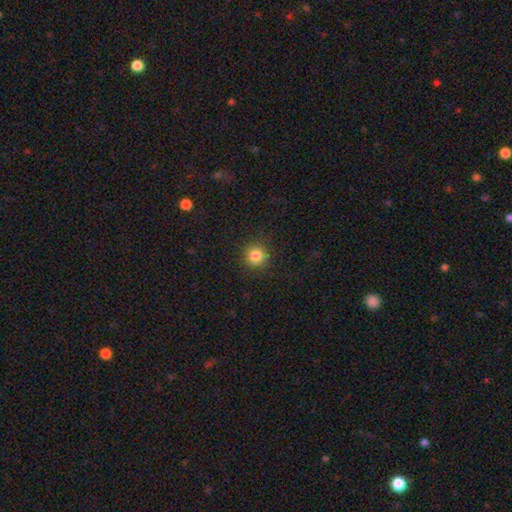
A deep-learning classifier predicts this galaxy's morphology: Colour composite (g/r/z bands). It shows a smooth galaxy with no disk features (84%) that is round (93%). Merging: none (89%).